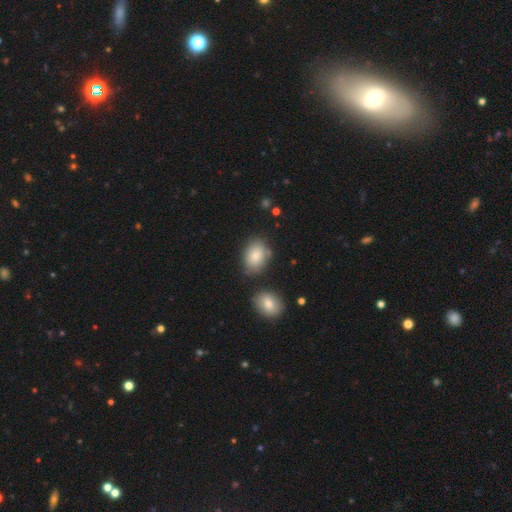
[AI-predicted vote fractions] A smooth galaxy with no disk features (84%) that is in between round and cigar-shaped (78%).

Vote fractions:
- Smooth or featured? smooth: 84% / featured or disk: 8% / star or artifact: 7%
- How rounded? in between: 78% / round: 20% / cigar-shaped: 1%
- Merging? none: 69% / minor disturbance: 17% / merger: 10% / major disturbance: 4%